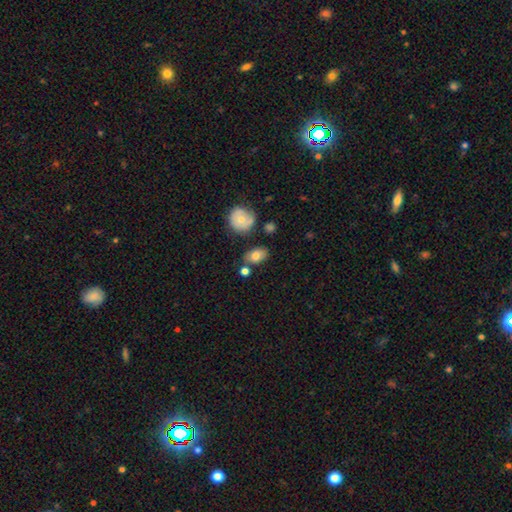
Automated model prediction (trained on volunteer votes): A smooth galaxy with no disk features (74%) that is in between round and cigar-shaped (80%).

Vote fractions:
- Smooth or featured? smooth: 74% / featured or disk: 17% / star or artifact: 9%
- How rounded? in between: 80% / round: 18% / cigar-shaped: 2%
- Merging? none: 71% / minor disturbance: 16% / merger: 9% / major disturbance: 4%